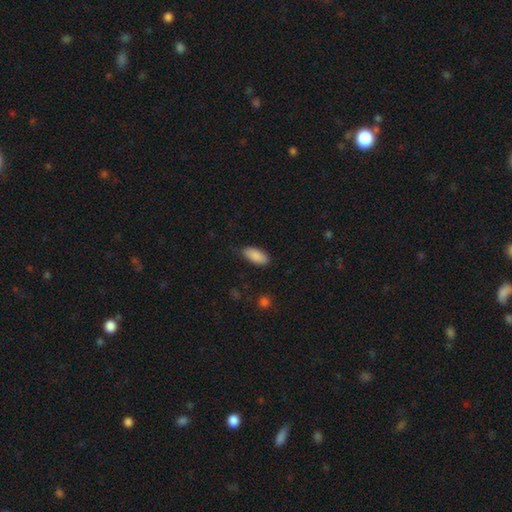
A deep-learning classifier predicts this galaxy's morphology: This appears to be a smooth galaxy with no disk features (89%) that is in between round and cigar-shaped (90%). Merging: none (79%).